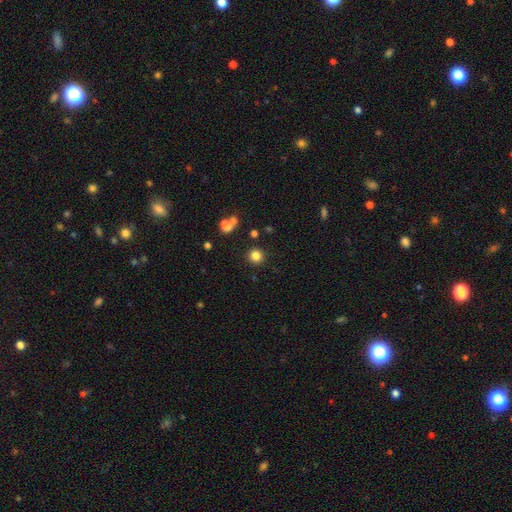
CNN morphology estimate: A smooth galaxy with no disk features (82%) that is round (93%).

Vote fractions:
- Smooth or featured? smooth: 82% / star or artifact: 13% / featured or disk: 5%
- How rounded? round: 93% / in between: 6% / cigar-shaped: 1%
- Merging? none: 87% / minor disturbance: 6% / merger: 4% / major disturbance: 3%